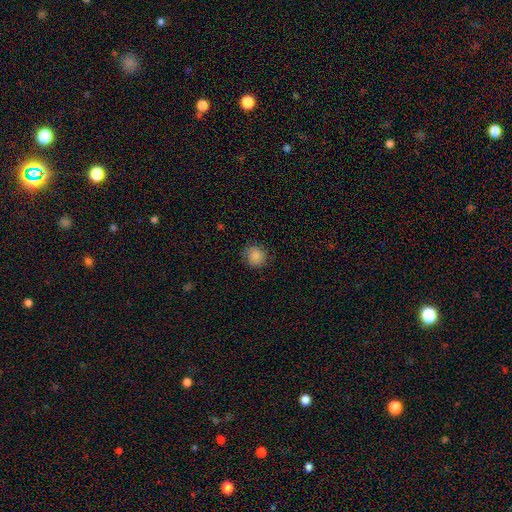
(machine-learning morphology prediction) Smooth or featured?
  - smooth: 86% *
  - star or artifact: 10%
  - featured or disk: 4%
How rounded?
  - round: 89% *
  - in between: 10%
  - cigar-shaped: 1%
Merging?
  - none: 85% *
  - minor disturbance: 11%
  - major disturbance: 3%
  - merger: 1%